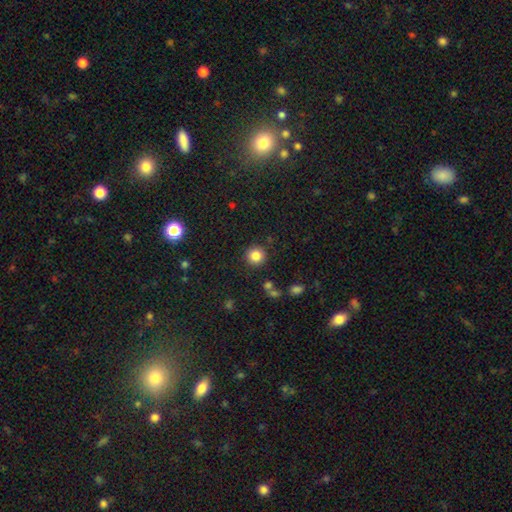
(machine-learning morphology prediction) smooth_or_featured: smooth (p=0.84) [alt: star or artifact p=0.11]
how_rounded: round (p=0.93) [alt: in between p=0.06]
merging: none (p=0.89) [alt: minor disturbance p=0.06]